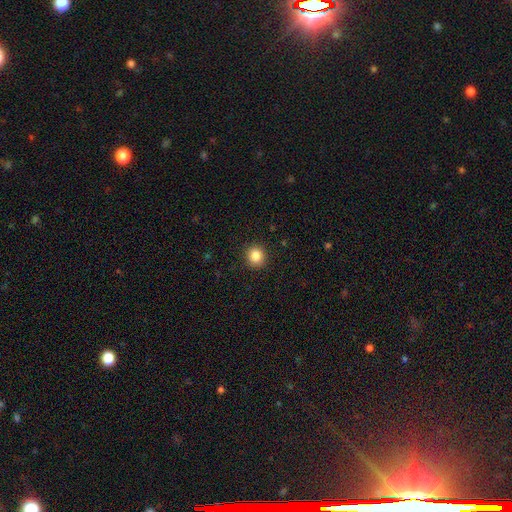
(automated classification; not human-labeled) Smooth or featured? smooth (85%)
How rounded? round (88%)
Merging? none (92%)